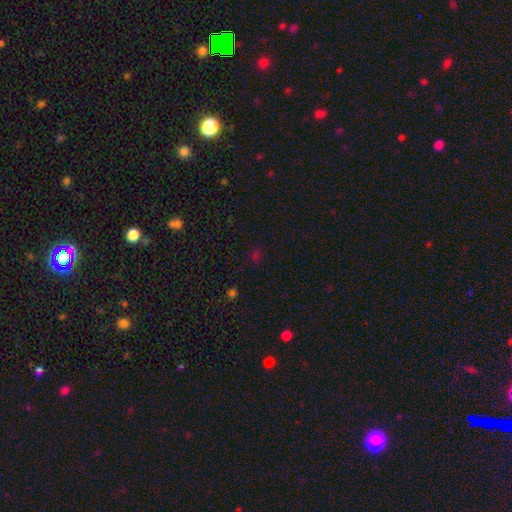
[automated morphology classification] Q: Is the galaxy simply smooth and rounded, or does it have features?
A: star or artifact — 50%.